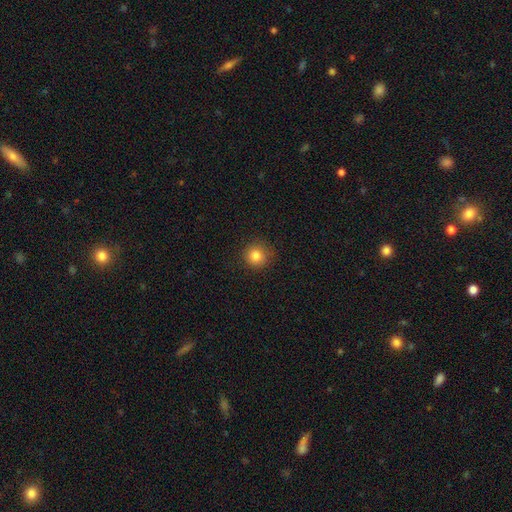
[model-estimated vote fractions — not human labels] Smooth or featured? smooth (83%)
How rounded? round (93%)
Merging? none (88%)